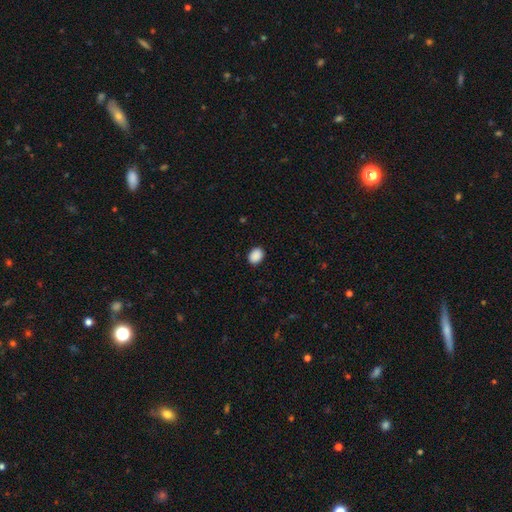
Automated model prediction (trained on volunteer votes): Morphology: type=smooth (90%); roundness=in between (68%); merging=none (90%).